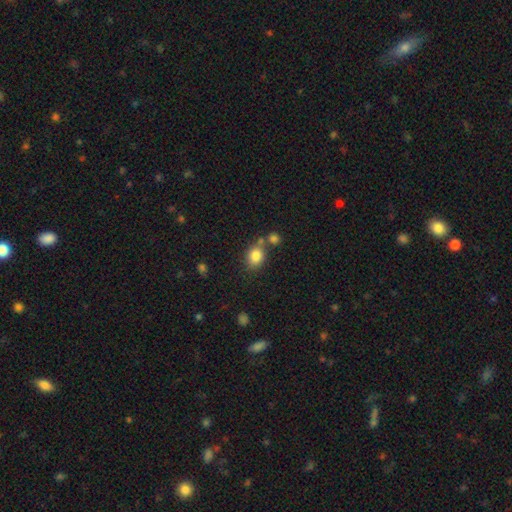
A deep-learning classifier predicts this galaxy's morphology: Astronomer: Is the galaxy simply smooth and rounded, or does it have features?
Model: smooth — 83%.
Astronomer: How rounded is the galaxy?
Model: in between — 51% (runner-up: round, 48%).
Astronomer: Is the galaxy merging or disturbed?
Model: none — 62%.